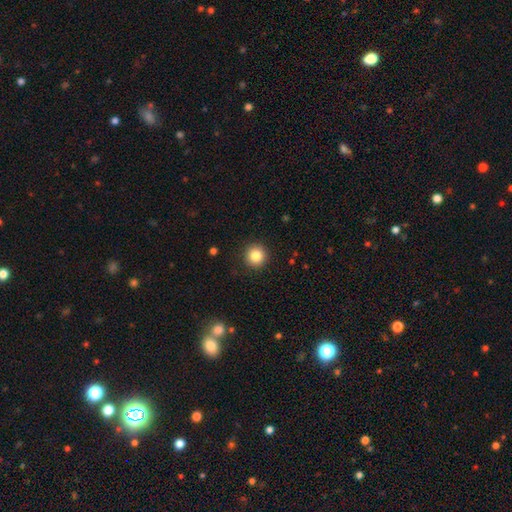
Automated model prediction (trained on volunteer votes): This appears to be a smooth galaxy with no disk features (85%) that is round (95%). Merging: none (92%).